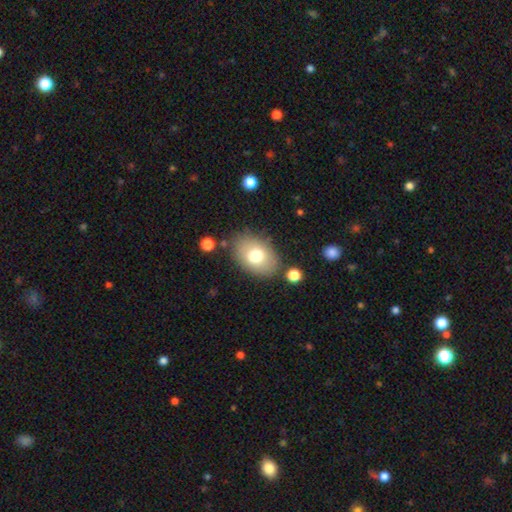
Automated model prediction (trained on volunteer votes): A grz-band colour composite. It shows a smooth galaxy with no disk features (74%) that is in between round and cigar-shaped (82%). Merging: none (79%).